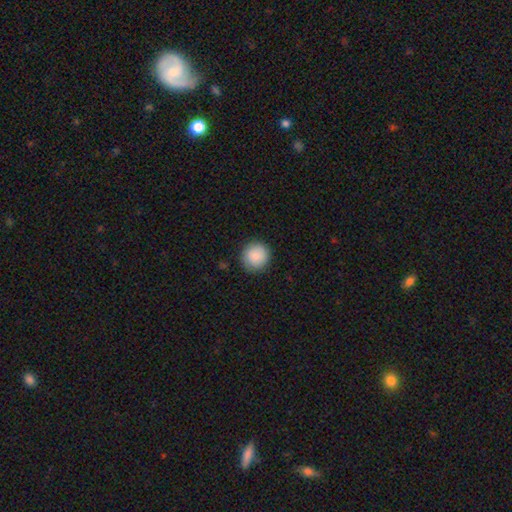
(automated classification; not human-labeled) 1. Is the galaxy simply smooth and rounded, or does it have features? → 87% smooth, 7% star or artifact, 5% featured or disk.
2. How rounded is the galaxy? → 94% round, 5% in between, 1% cigar-shaped.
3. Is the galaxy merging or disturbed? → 90% none, 7% minor disturbance, 2% major disturbance, 1% merger.